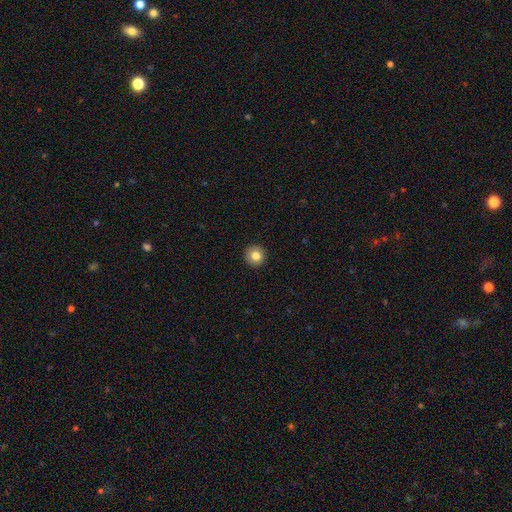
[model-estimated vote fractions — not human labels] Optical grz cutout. It shows a smooth galaxy with no disk features (82%) that is round (95%). Merging: none (93%).